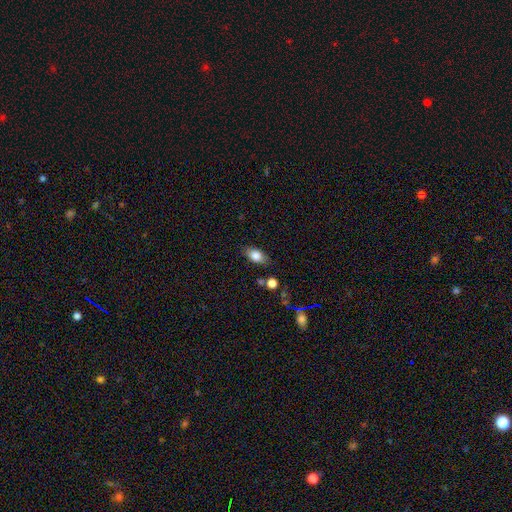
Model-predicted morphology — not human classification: smooth 81%, featured or disk 11%, star or artifact 8%. Down the decision tree: how rounded — in between (88%); merging — none (80%).